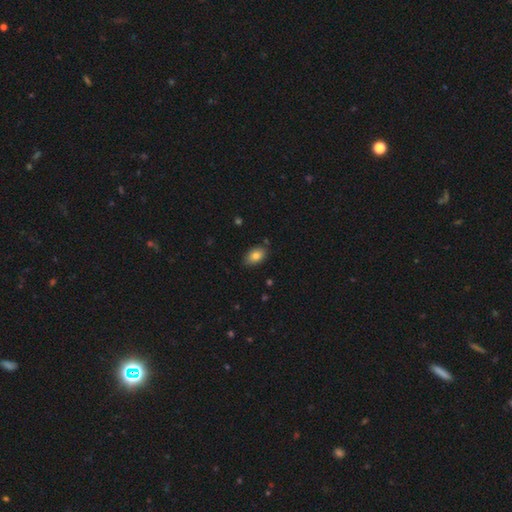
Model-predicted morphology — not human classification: Smooth or featured? smooth (82%)
How rounded? in between (87%)
Merging? none (82%)